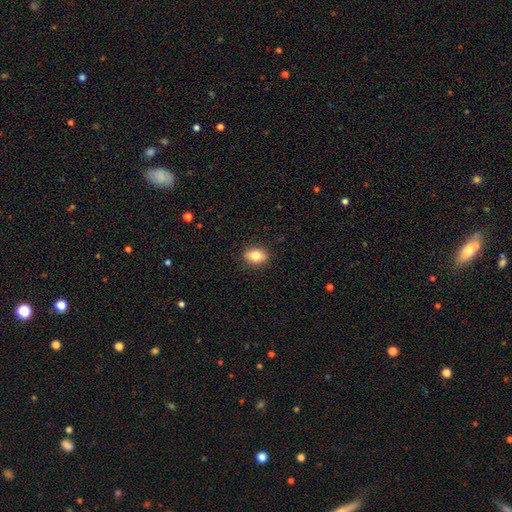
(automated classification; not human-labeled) smooth 81%, featured or disk 10%, star or artifact 8%. Down the decision tree: how rounded — in between (76%); merging — none (87%).